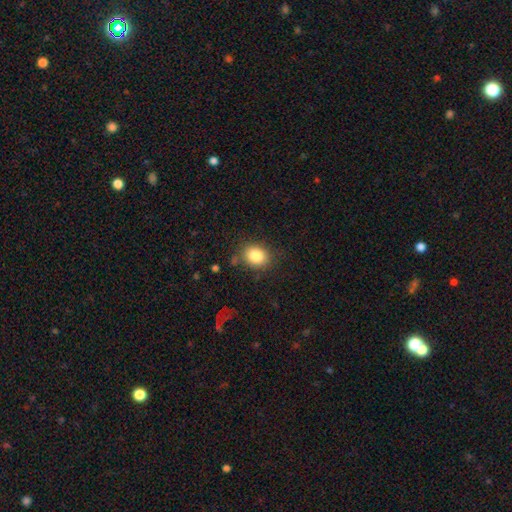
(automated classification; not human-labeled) smooth 84%, star or artifact 9%, featured or disk 7%. Down the decision tree: how rounded — round (57%); merging — none (80%).